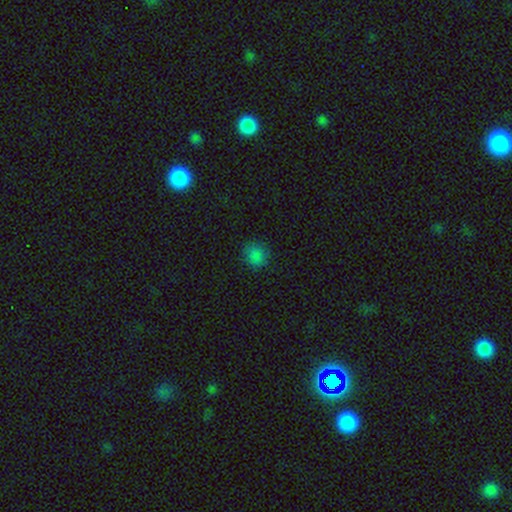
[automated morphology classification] smooth-or-featured: smooth: 81% | star or artifact: 15% | featured or disk: 4%
  how-rounded: round: 86% | in between: 13% | cigar-shaped: 1%
  merging: none: 87% | minor disturbance: 10% | major disturbance: 3% | merger: 1%